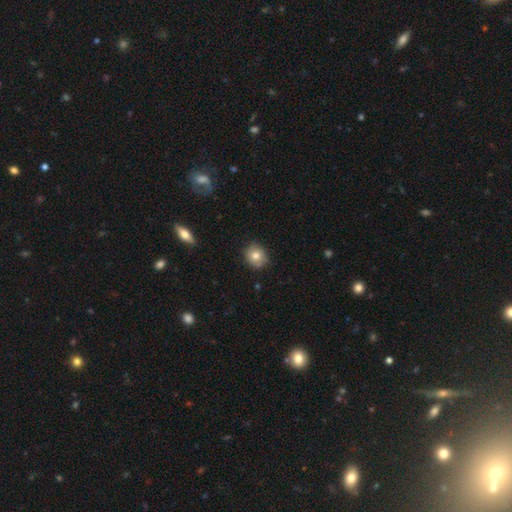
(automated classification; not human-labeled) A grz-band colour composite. It shows a smooth galaxy with no disk features (77%) that is round (82%). Merging: none (78%).